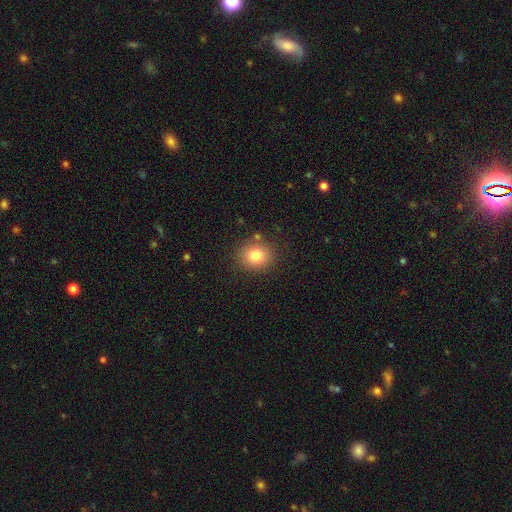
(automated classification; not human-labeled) This is clearly a smooth galaxy (81%). How rounded: likely round (74%). Merging: clearly none (84%).